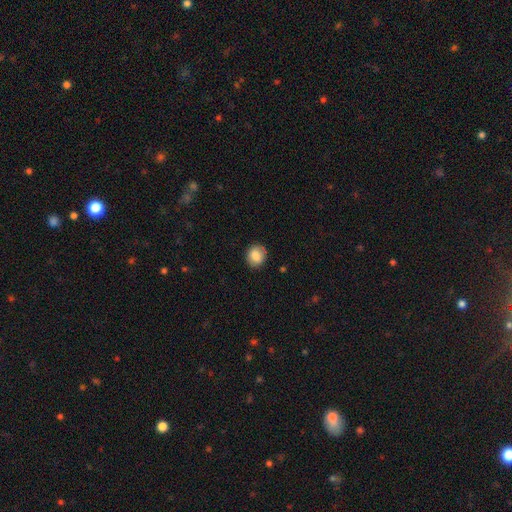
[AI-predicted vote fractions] smooth_or_featured: smooth (p=0.84) [alt: featured or disk p=0.08]
how_rounded: round (p=0.72) [alt: in between p=0.27]
merging: none (p=0.87) [alt: minor disturbance p=0.10]